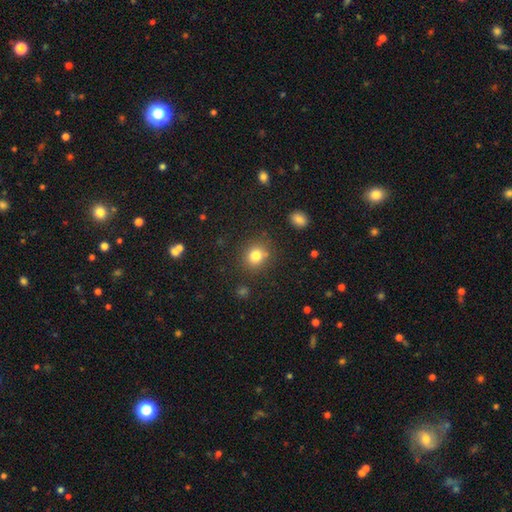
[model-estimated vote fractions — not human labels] smooth 80%, star or artifact 13%, featured or disk 7%. Down the decision tree: how rounded — round (82%); merging — none (80%).